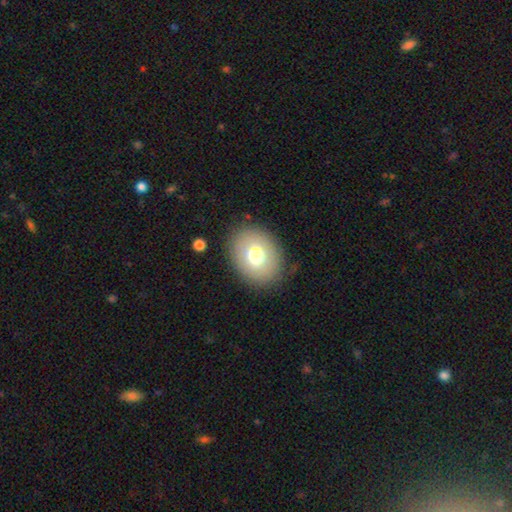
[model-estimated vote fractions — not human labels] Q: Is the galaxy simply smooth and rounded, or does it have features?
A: smooth — 72%.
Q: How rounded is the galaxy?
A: in between — 58%.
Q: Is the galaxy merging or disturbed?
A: none — 85%.